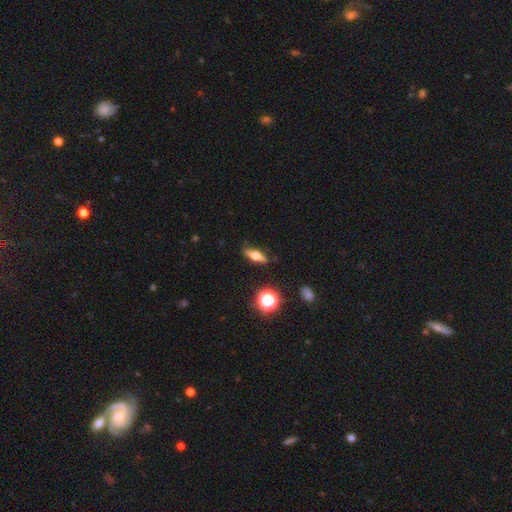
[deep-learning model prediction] This appears to be a featured or disk galaxy (47%). Merging: none (84%).